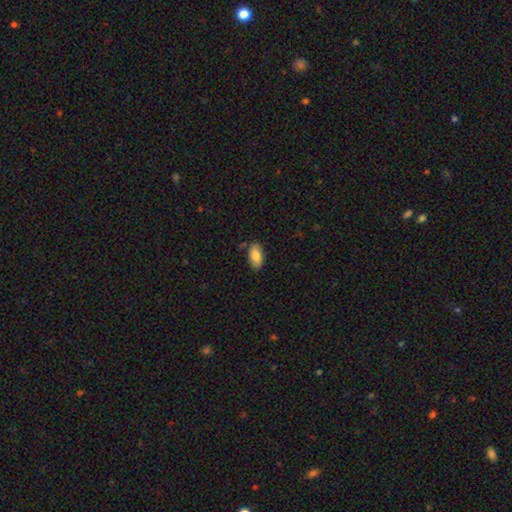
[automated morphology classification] smooth-or-featured: smooth: 84% | featured or disk: 9% | star or artifact: 7%
  how-rounded: in between: 93% | cigar-shaped: 4% | round: 3%
  merging: none: 82% | minor disturbance: 13% | merger: 3% | major disturbance: 2%